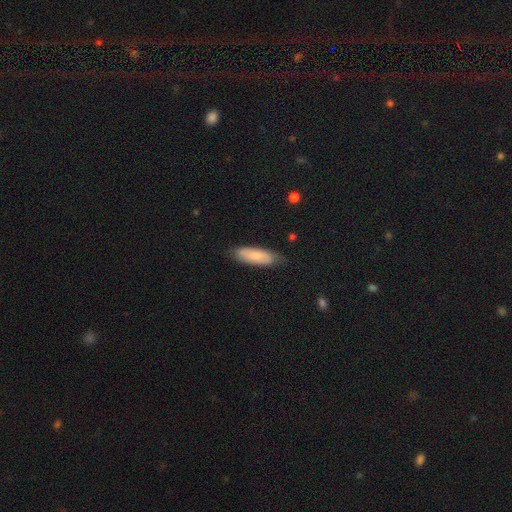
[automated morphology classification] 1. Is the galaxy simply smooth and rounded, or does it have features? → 76% smooth, 18% featured or disk, 5% star or artifact.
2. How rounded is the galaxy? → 53% in between, 46% cigar-shaped, 2% round.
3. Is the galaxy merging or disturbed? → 77% none, 19% minor disturbance, 3% major disturbance, 1% merger.